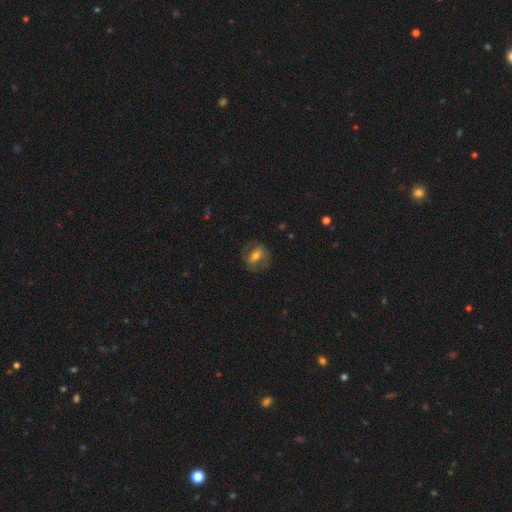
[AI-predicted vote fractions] A smooth galaxy with no disk features (51%) that is in between round and cigar-shaped (49%).

Vote fractions:
- Smooth or featured? smooth: 51% / featured or disk: 40% / star or artifact: 9%
- How rounded? in between: 49% / round: 48% / cigar-shaped: 2%
- Merging? none: 73% / minor disturbance: 16% / major disturbance: 9% / merger: 1%